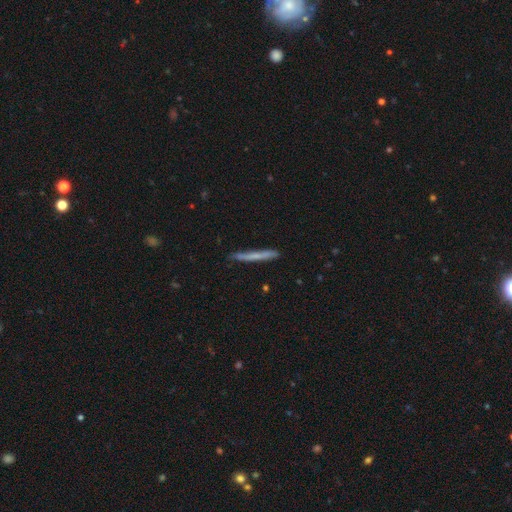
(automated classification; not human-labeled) Overall: smooth (58%; featured or disk 35%). How rounded: cigar-shaped (96%). Merging: none (85%).